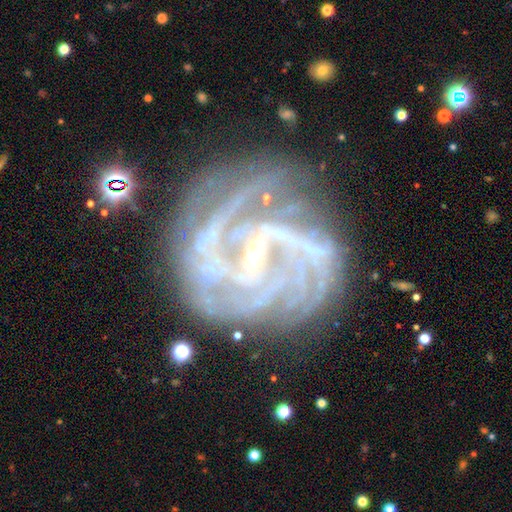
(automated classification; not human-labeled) A featured or disk galaxy (88%) with a weak bar (36%), 3 (23%) tight (55%) spiral arms (97%) and a small central bulge (82%).

Vote fractions:
- Smooth or featured? featured or disk: 88% / star or artifact: 7% / smooth: 4%
- Edge-on disk? no: 97% / yes: 3%
- Bar? weak: 36% / strong: 34% / no: 30%
- Spiral arms? yes: 97% / no: 3%
- Spiral winding? tight: 55% / medium: 37% / loose: 8%
- Spiral arm count? 3: 23% / 2: 20% / 4: 19% / can't tell: 19% / more than 4: 11% / 1: 8%
- Bulge size? small: 82% / moderate: 12% / none: 4% / large: 1% / dominant: 1%
- Merging? none: 67% / minor disturbance: 19% / major disturbance: 12% / merger: 3%